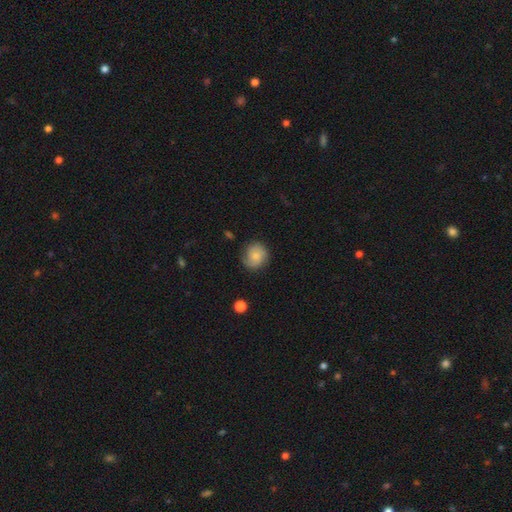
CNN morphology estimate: This is likely a smooth galaxy (70%). How rounded: clearly round (82%). Merging: likely none (73%).